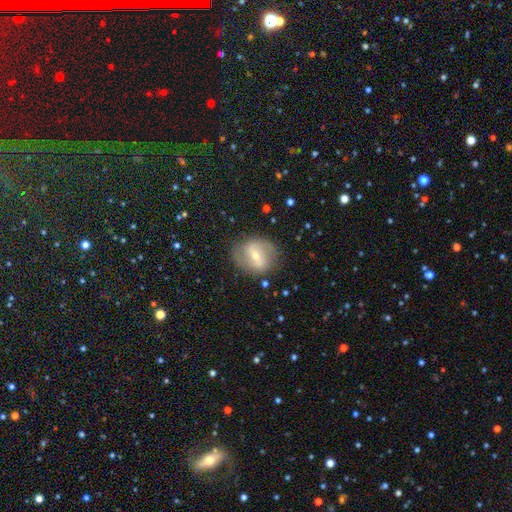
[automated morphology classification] Smooth or featured? Predicted: featured or disk (p=0.67). Edge-on disk? Predicted: no (p=0.96). Bar? Predicted: weak (p=0.44). Spiral arms? Predicted: yes (p=0.74). Bulge size? Predicted: small (p=0.53). Merging? Predicted: none (p=0.78).